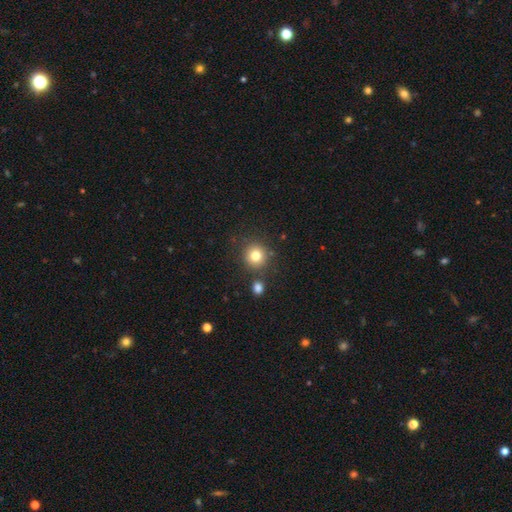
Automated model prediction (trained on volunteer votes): This is likely a smooth galaxy (80%). How rounded: clearly round (92%). Merging: clearly none (81%).